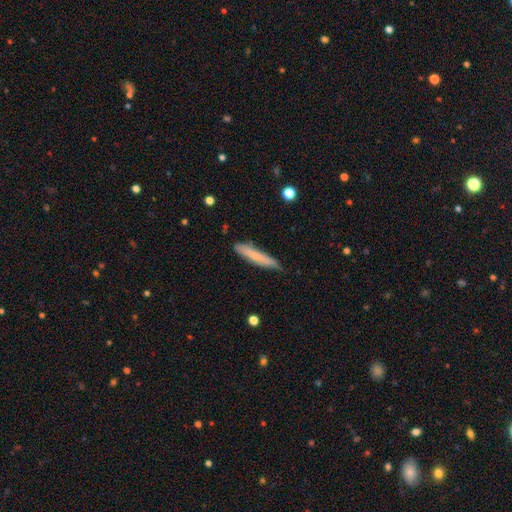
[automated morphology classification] smooth 70%, featured or disk 24%, star or artifact 6%. Down the decision tree: how rounded — cigar-shaped (92%); merging — none (78%).